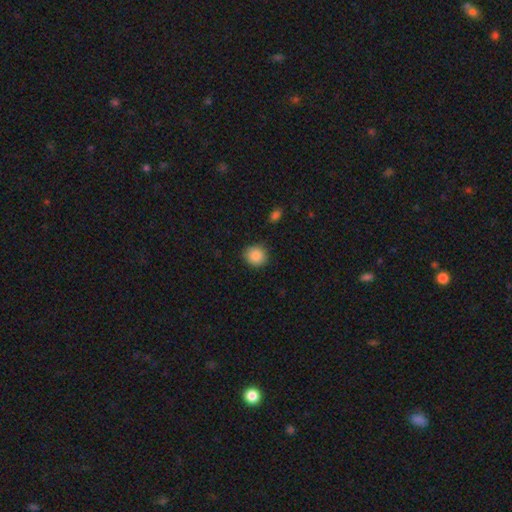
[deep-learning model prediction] A smooth galaxy with no disk features (87%) that is round (88%). Merging: none (89%).